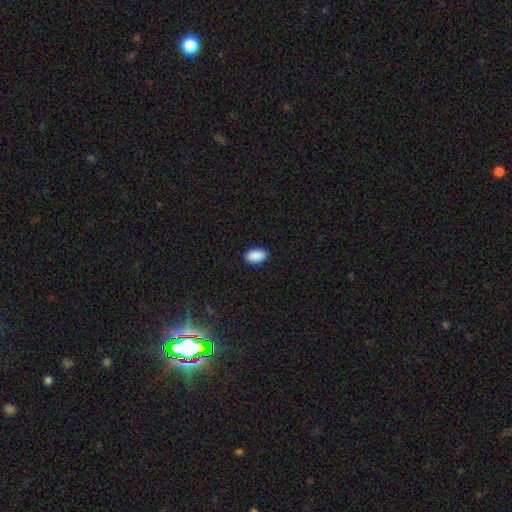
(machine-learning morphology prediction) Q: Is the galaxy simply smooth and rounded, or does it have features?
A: smooth — 91%.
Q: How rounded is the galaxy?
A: in between — 94%.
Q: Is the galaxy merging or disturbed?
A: none — 90%.